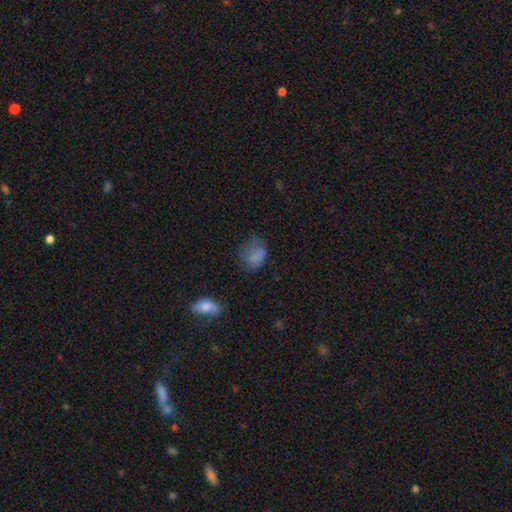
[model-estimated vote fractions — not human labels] A smooth galaxy with no disk features (69%) that is in between round and cigar-shaped (73%). Merging: none (39%).